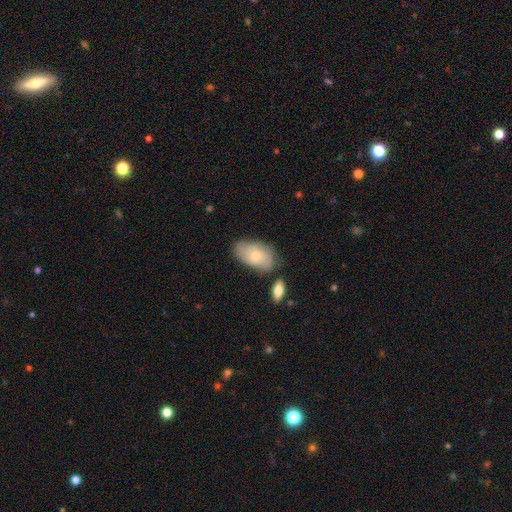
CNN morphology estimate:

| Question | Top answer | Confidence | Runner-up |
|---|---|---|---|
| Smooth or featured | smooth | 63% | featured or disk (31%) |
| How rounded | in between | 92% | round (6%) |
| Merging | none | 62% | minor disturbance (23%) |